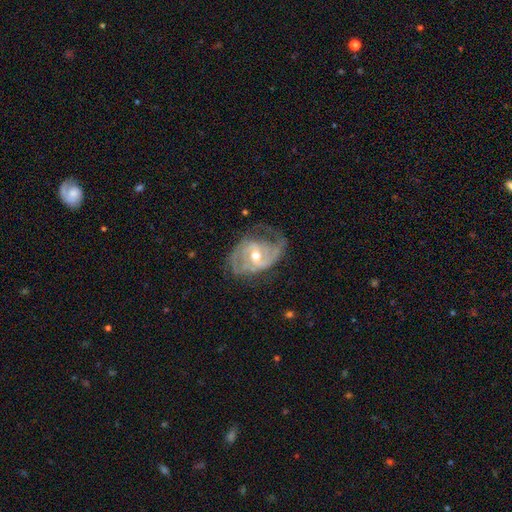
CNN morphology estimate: This appears to be a featured or disk galaxy (88%) with a weak bar (43%), 2 (58%) medium (43%) spiral arms (94%) and a moderate central bulge (69%). Merging: none (59%).